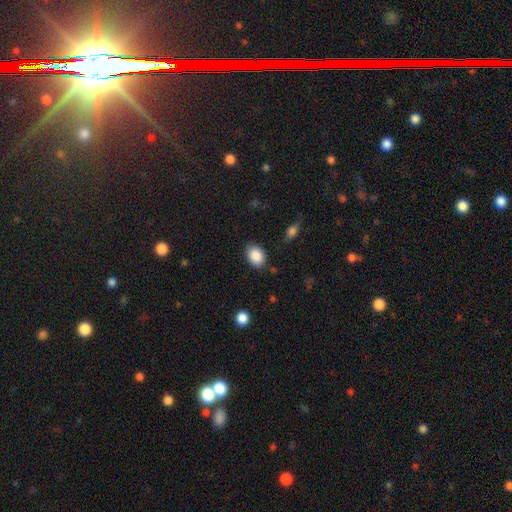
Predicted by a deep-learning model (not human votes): The model was most divided on "how rounded": in between: 73%, round: 26%, cigar-shaped: 1%. More confident: smooth or featured — smooth (88%); merging — none (82%).